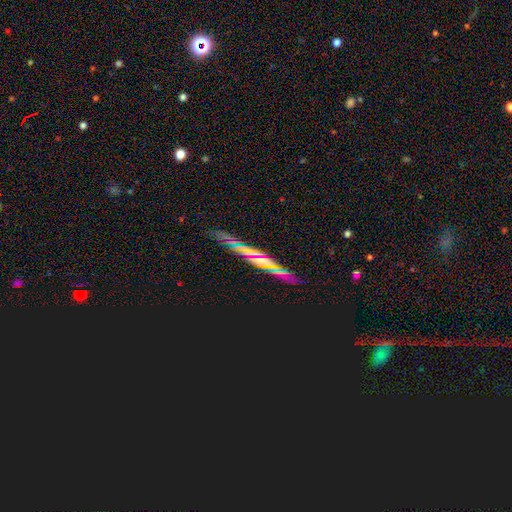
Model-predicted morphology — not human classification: Smooth or featured? featured or disk (51%)
Edge-on disk? yes (77%)
Merging? none (84%)